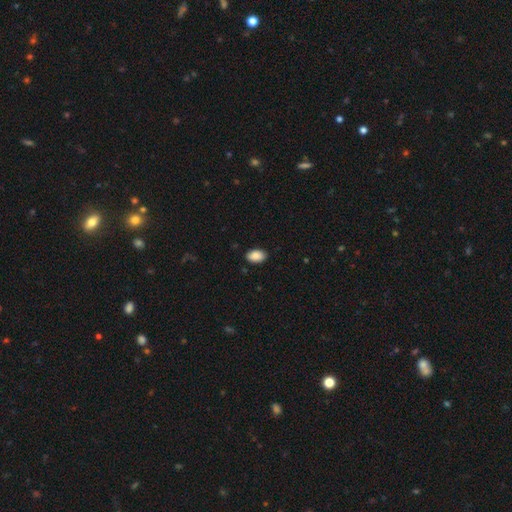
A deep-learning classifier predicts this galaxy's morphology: smooth 89%, star or artifact 7%, featured or disk 4%. Down the decision tree: how rounded — in between (91%); merging — none (87%).